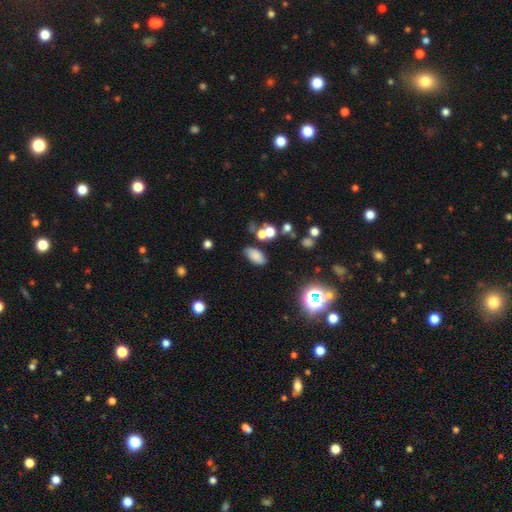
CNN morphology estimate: A smooth galaxy with no disk features (77%) that is in between round and cigar-shaped (90%). Merging: none (73%).